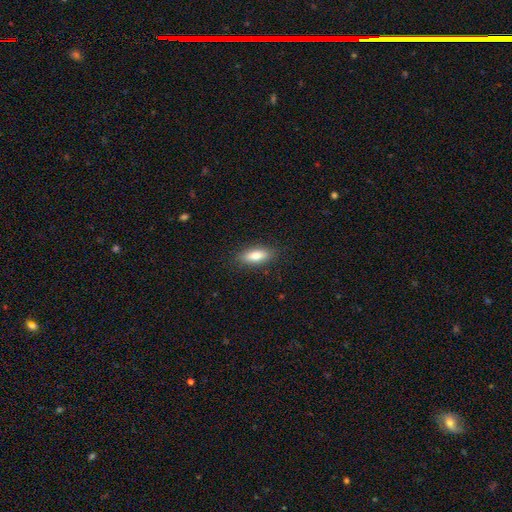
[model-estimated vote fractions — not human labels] smooth_or_featured: smooth (p=0.79) [alt: featured or disk p=0.14]
how_rounded: in between (p=0.73) [alt: cigar-shaped p=0.24]
merging: none (p=0.87) [alt: minor disturbance p=0.10]